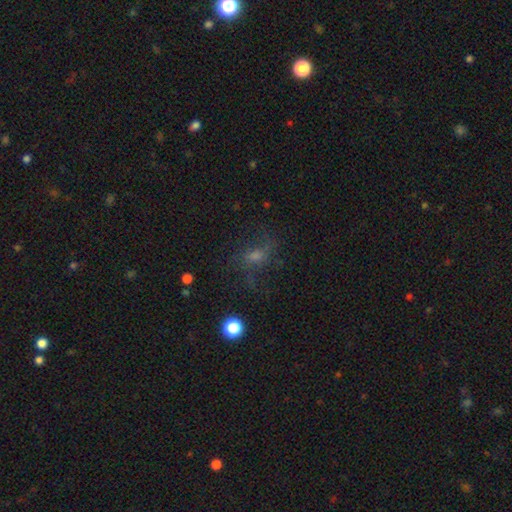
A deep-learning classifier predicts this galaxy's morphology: Smooth or featured? smooth (42%)
Merging? none (54%)